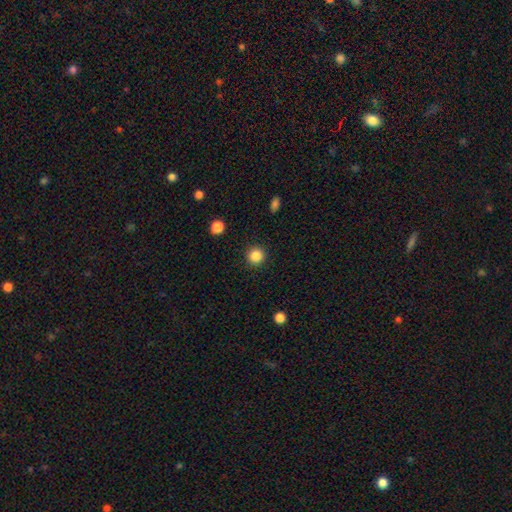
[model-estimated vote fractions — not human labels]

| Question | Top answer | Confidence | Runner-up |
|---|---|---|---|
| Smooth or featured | smooth | 86% | star or artifact (11%) |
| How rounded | round | 94% | in between (5%) |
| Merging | none | 92% | minor disturbance (5%) |